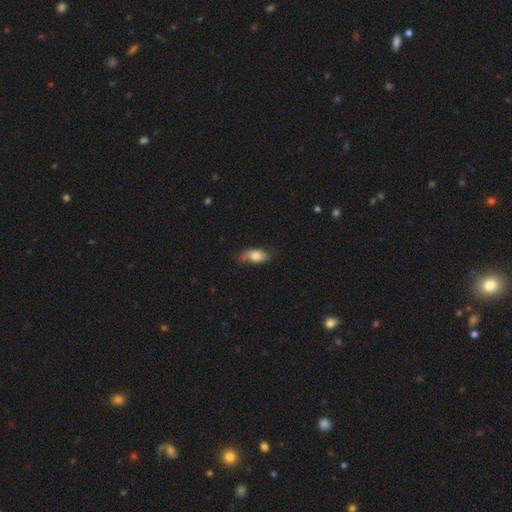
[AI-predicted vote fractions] A smooth galaxy with no disk features (73%) that is in between round and cigar-shaped (86%). Merging: none (65%).